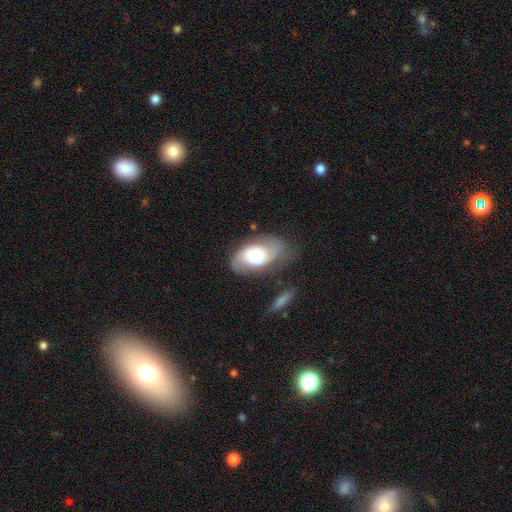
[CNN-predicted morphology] smooth_or_featured: featured or disk (p=0.54) [alt: smooth p=0.39]
disk_edge_on: no (p=0.94) [alt: yes p=0.06]
bar: no (p=0.69) [alt: weak p=0.25]
has_spiral_arms: yes (p=0.78) [alt: no p=0.22]
bulge_size: moderate (p=0.39) [alt: small p=0.26]
merging: none (p=0.50) [alt: minor disturbance p=0.27]